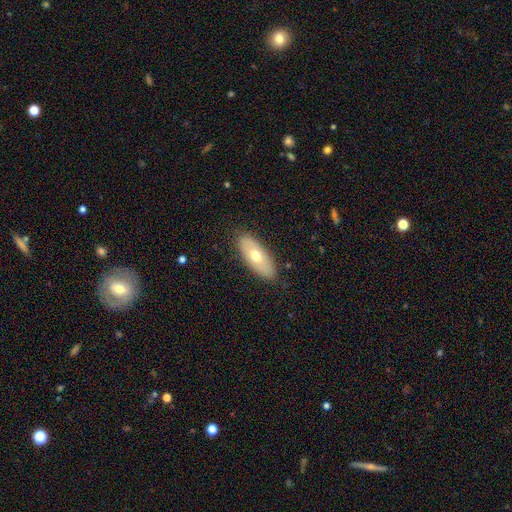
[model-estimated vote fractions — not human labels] The model was most divided on "smooth or featured": smooth: 62%, featured or disk: 33%, star or artifact: 6%. More confident: merging — none (86%); how rounded — in between (84%).